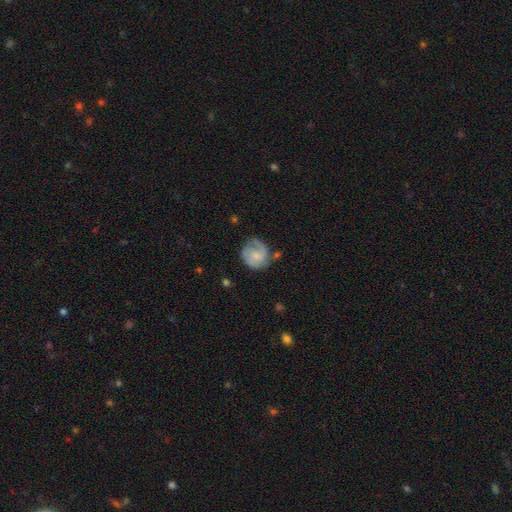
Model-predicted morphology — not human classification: Overall: featured or disk (63%; smooth 30%). Edge-on disk: no (98%). Bar: no (61%; weak 34%). Spiral arms: yes (90%). Spiral arm count: 2 (59%). Spiral winding: medium (42%; tight 40%). Bulge size: small (54%; moderate 28%). Merging: none (63%; minor disturbance 23%).